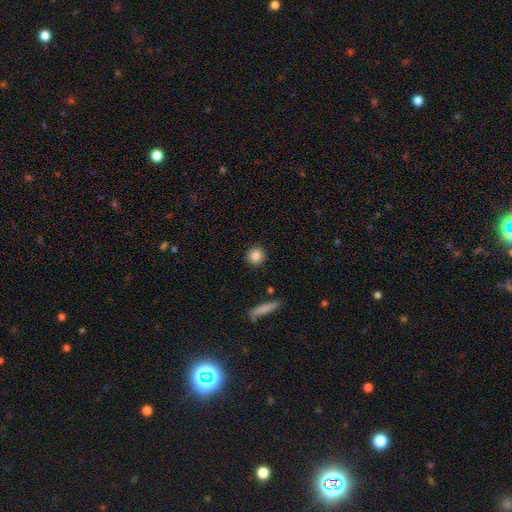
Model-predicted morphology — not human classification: type=smooth (84%); roundness=round (93%); merging=none (91%).